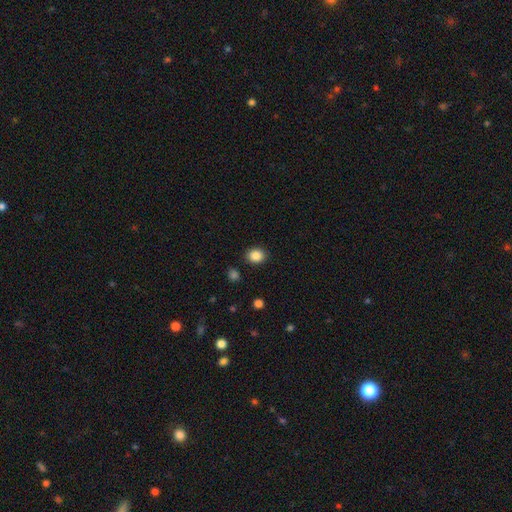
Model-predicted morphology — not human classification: smooth-or-featured: smooth: 86% | star or artifact: 10% | featured or disk: 4%
  how-rounded: round: 61% | in between: 38% | cigar-shaped: 1%
  merging: none: 88% | minor disturbance: 7% | major disturbance: 2% | merger: 2%